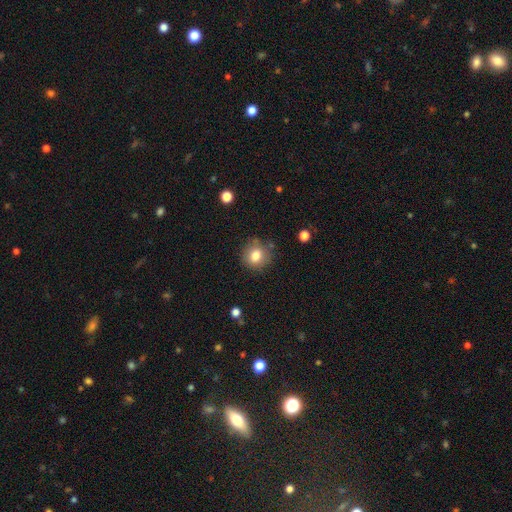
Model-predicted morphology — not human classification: The model was most divided on "merging": none: 79%, minor disturbance: 14%, major disturbance: 4%, merger: 3%. More confident: how rounded — round (85%); smooth or featured — smooth (80%).